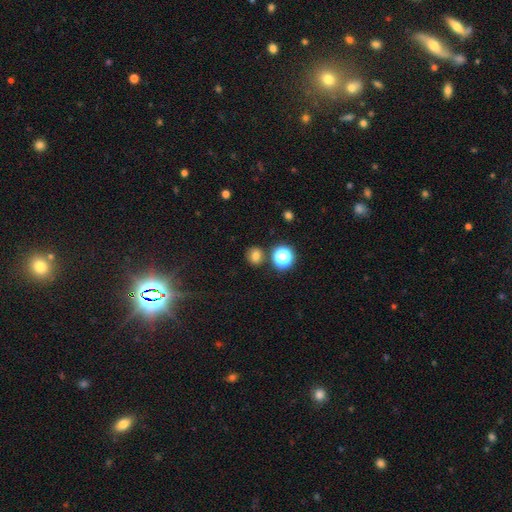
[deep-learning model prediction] Smooth or featured? Predicted: smooth (p=0.74). How rounded? Predicted: round (p=0.79). Merging? Predicted: none (p=0.82).